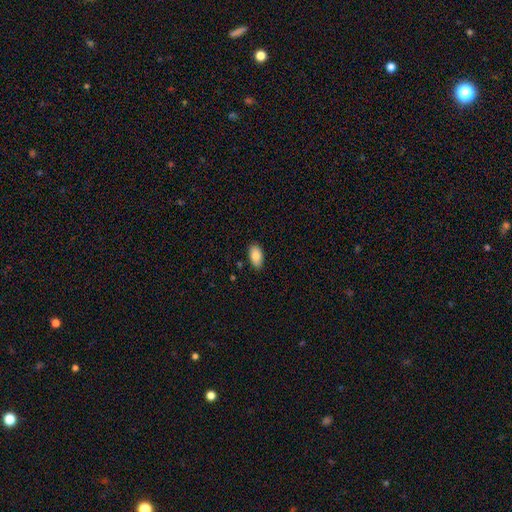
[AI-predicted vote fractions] Smooth or featured? Predicted: smooth (p=0.85). How rounded? Predicted: in between (p=0.94). Merging? Predicted: none (p=0.86).